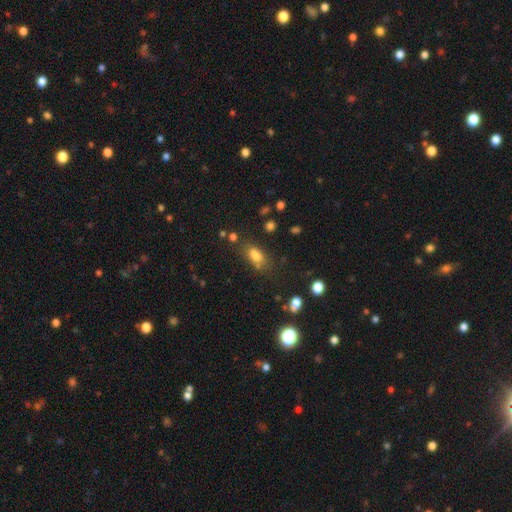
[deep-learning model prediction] A smooth galaxy with no disk features (74%) that is in between round and cigar-shaped (78%). Merging: none (59%).